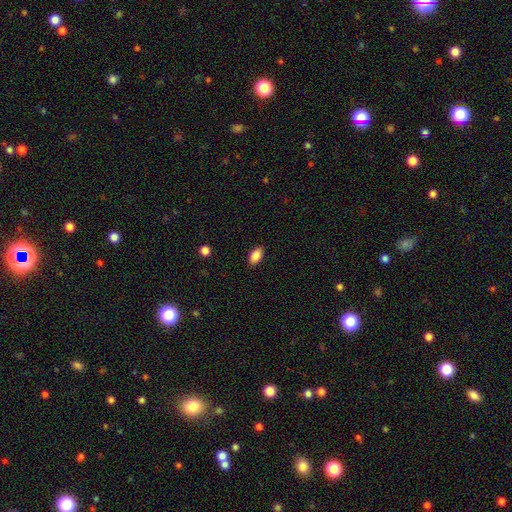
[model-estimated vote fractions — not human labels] smooth 86%, star or artifact 8%, featured or disk 6%. Down the decision tree: how rounded — in between (91%); merging — none (88%).